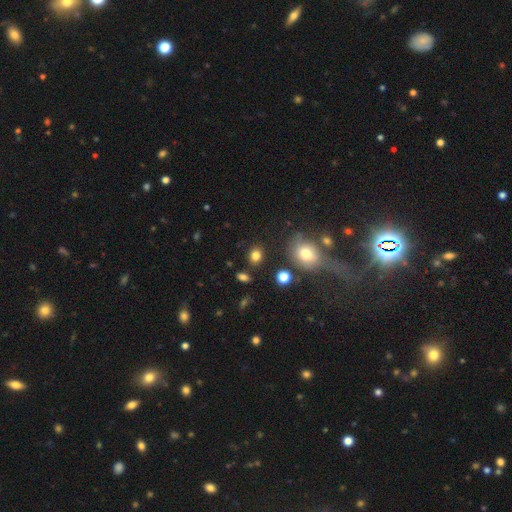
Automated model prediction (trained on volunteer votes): smooth_or_featured: smooth (p=0.81) [alt: star or artifact p=0.13]
how_rounded: round (p=0.57) [alt: in between p=0.41]
merging: none (p=0.82) [alt: minor disturbance p=0.10]